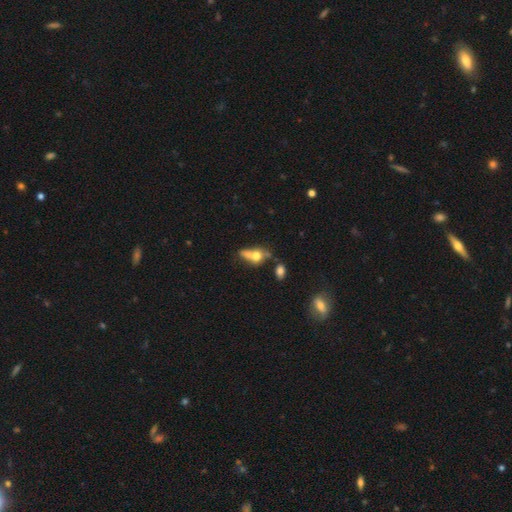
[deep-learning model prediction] The model was most divided on "merging": none: 31%, merger: 29%, minor disturbance: 20%, major disturbance: 19%. More confident: how rounded — in between (61%); smooth or featured — smooth (55%).